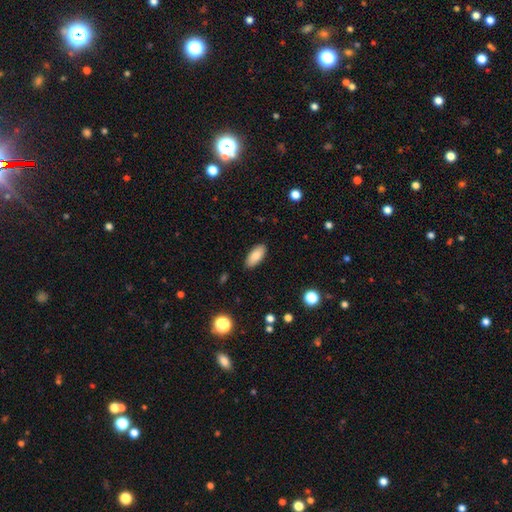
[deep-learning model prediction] Morphology: type=smooth (84%); roundness=in between (87%); merging=none (89%).